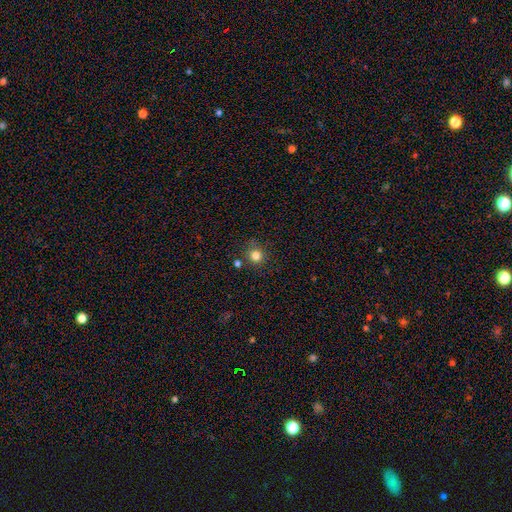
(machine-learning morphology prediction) smooth_or_featured: smooth (p=0.82) [alt: star or artifact p=0.13]
how_rounded: round (p=0.90) [alt: in between p=0.09]
merging: none (p=0.78) [alt: minor disturbance p=0.13]